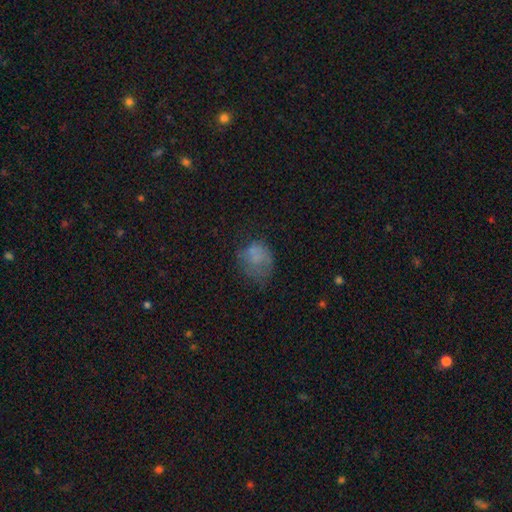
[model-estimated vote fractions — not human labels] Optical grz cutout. It shows a smooth galaxy with no disk features (64%) that is round (53%). Merging: none (40%).